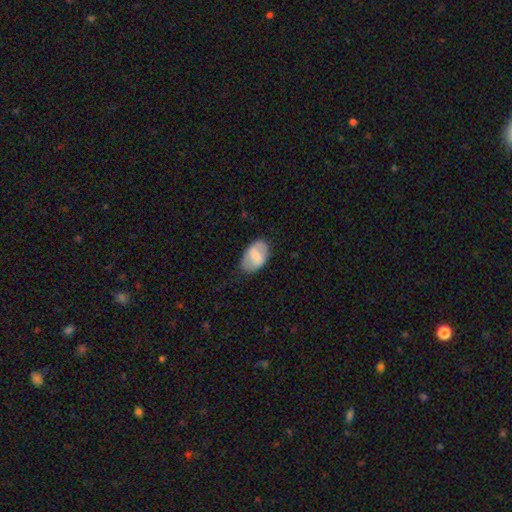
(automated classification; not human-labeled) smooth-or-featured: smooth: 61% | featured or disk: 32% | star or artifact: 7%
  how-rounded: in between: 90% | round: 9% | cigar-shaped: 1%
  merging: none: 75% | minor disturbance: 18% | major disturbance: 6% | merger: 1%